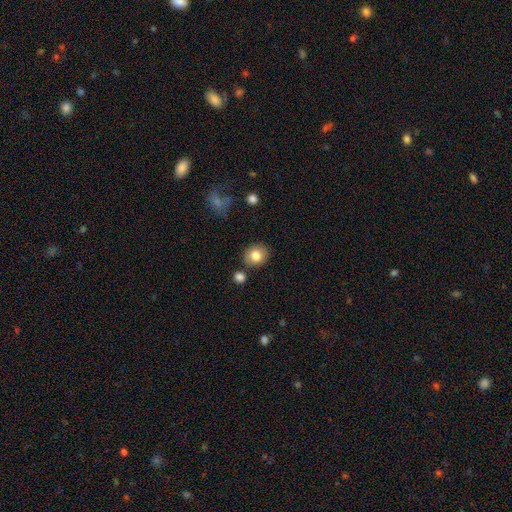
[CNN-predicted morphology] Q: Smooth or featured?
A: smooth (81%); runner-up: featured or disk (10%)
Q: How rounded?
A: round (66%); runner-up: in between (33%)
Q: Merging?
A: none (81%); runner-up: minor disturbance (11%)